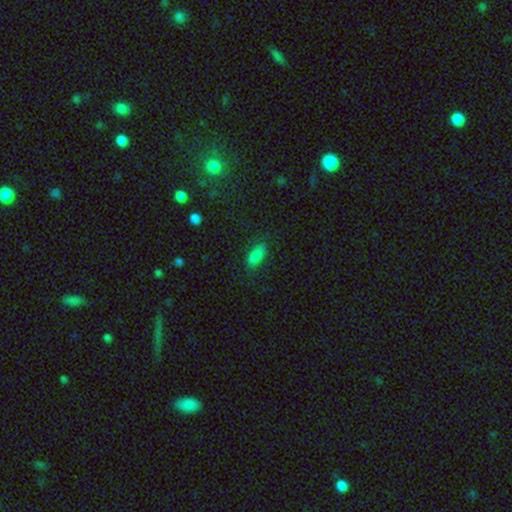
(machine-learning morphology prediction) This is clearly a smooth galaxy (84%). How rounded: clearly in between (85%). Merging: likely none (79%).